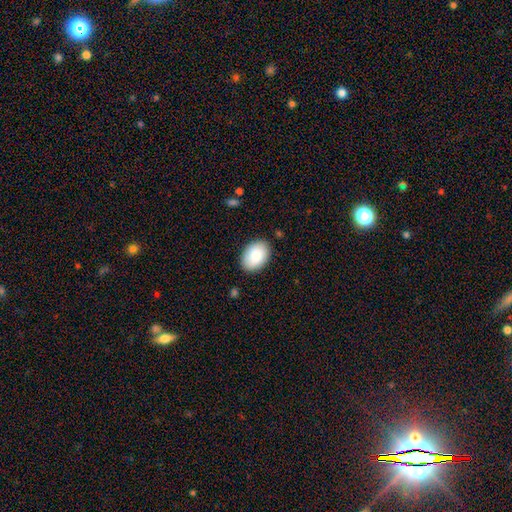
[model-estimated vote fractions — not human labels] This is clearly a smooth galaxy (88%). How rounded: clearly in between (86%). Merging: clearly none (87%).